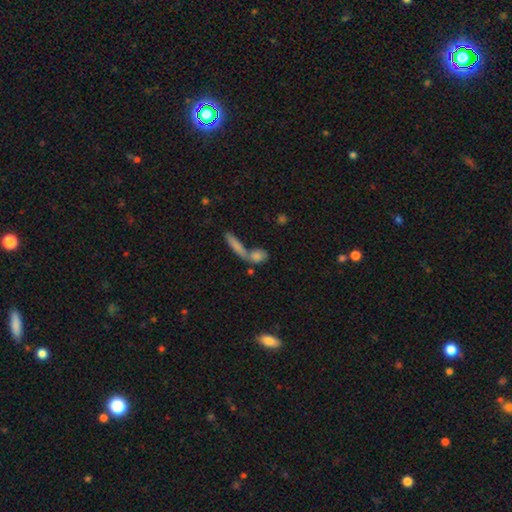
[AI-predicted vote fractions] Morphology: type=smooth (68%); roundness=cigar-shaped (42%); merging=none (47%).